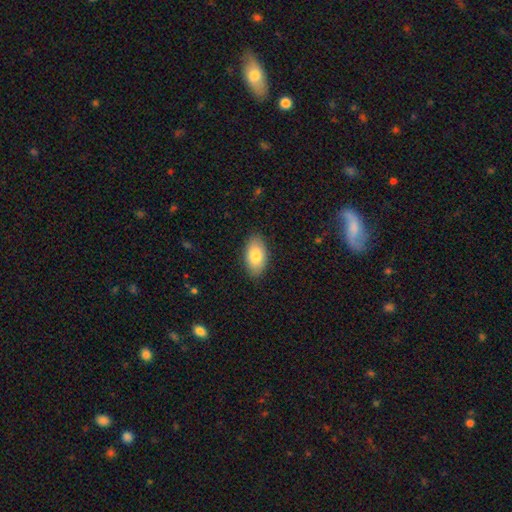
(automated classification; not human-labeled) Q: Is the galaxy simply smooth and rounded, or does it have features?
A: smooth — 81%.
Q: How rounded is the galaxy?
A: in between — 94%.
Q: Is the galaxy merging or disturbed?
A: none — 86%.